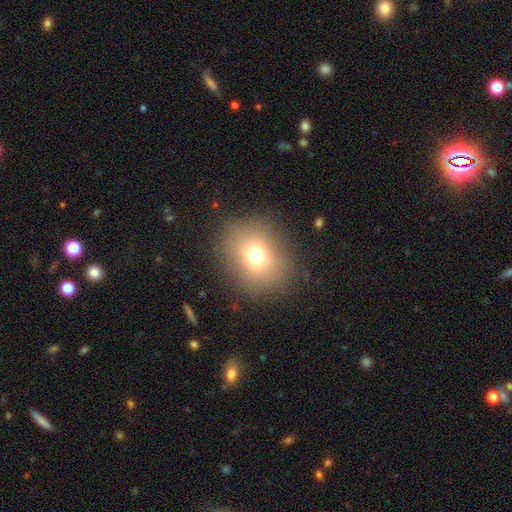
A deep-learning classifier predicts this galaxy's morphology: This is likely a smooth galaxy (72%). How rounded: likely round (61%). Merging: clearly none (86%).